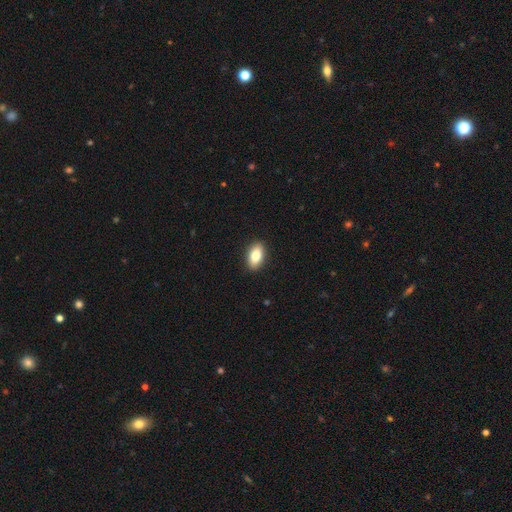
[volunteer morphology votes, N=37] Smooth or featured? 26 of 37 (70%) said smooth. How rounded? 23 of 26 (88%) said in between. Merging? 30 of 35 (86%) said none.